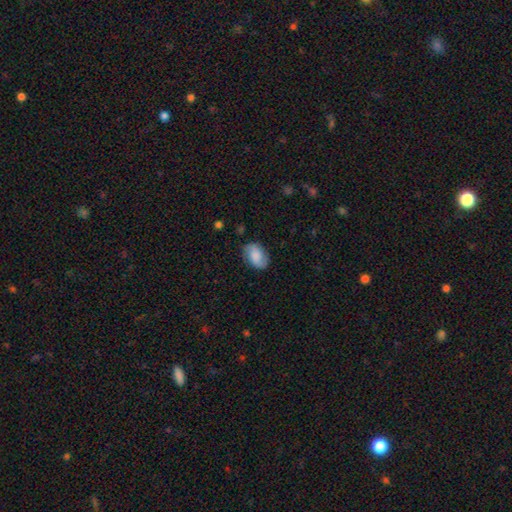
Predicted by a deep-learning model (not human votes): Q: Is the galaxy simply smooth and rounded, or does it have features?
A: smooth — 51%.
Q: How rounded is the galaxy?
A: in between — 85%.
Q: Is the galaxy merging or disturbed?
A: none — 77%.